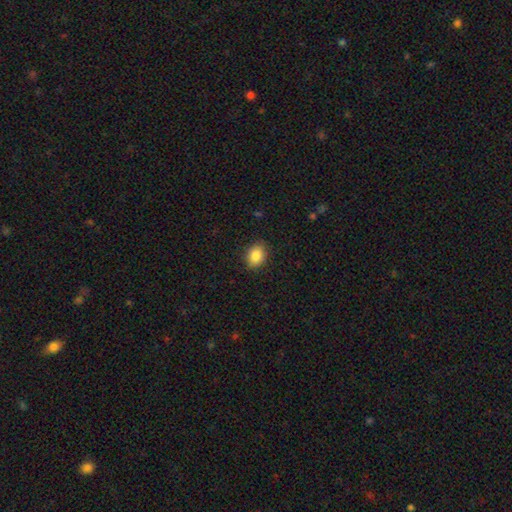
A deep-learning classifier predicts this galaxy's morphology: A smooth galaxy with no disk features (86%) that is in between round and cigar-shaped (65%). Merging: none (88%).